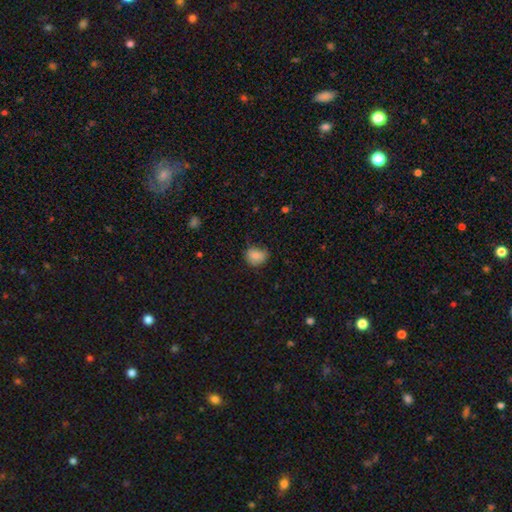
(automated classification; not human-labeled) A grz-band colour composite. It shows a smooth galaxy with no disk features (81%) that is round (59%). Merging: none (62%).